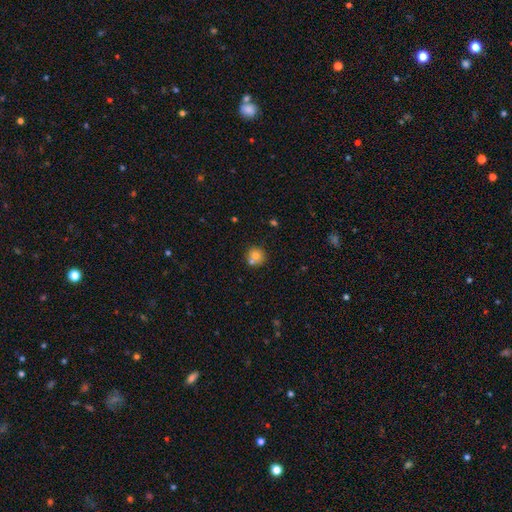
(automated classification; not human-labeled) Q: Smooth or featured?
A: smooth (73%); runner-up: featured or disk (15%)
Q: How rounded?
A: round (90%); runner-up: in between (9%)
Q: Merging?
A: none (58%); runner-up: merger (30%)